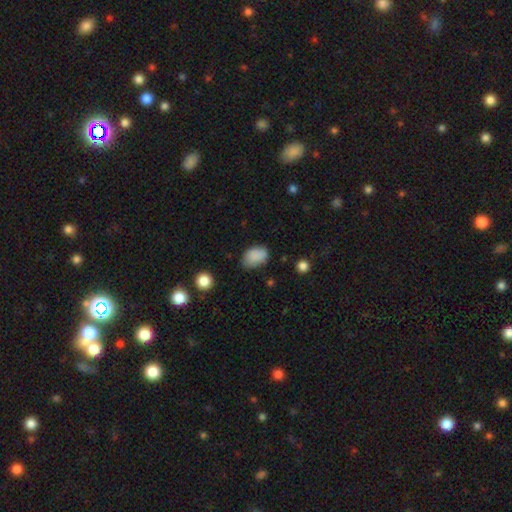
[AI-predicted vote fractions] Smooth or featured?
  - smooth: 86% *
  - star or artifact: 8%
  - featured or disk: 5%
How rounded?
  - in between: 84% *
  - round: 15%
  - cigar-shaped: 1%
Merging?
  - none: 69% *
  - minor disturbance: 24%
  - major disturbance: 5%
  - merger: 2%